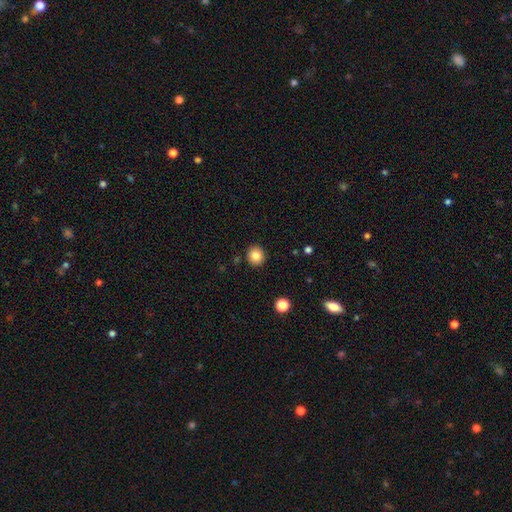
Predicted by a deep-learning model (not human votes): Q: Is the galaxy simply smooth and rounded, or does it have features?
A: smooth — 83%.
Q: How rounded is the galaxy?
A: round — 88%.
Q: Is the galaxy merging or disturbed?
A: none — 91%.